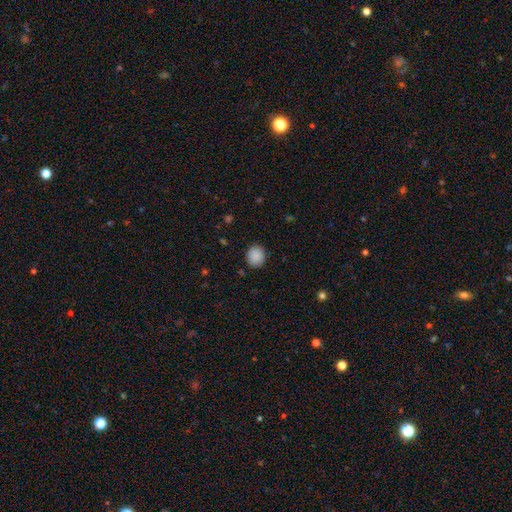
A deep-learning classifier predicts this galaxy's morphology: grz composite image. It shows a smooth galaxy with no disk features (89%) that is round (78%). Merging: none (88%).